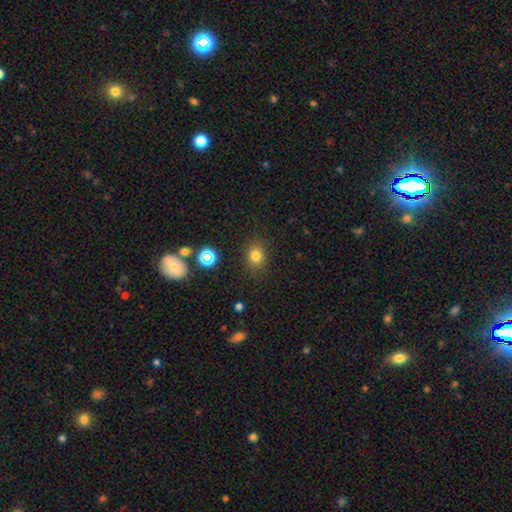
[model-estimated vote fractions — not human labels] Smooth or featured: smooth — 77% (star or artifact — 16%)
How rounded: round — 61% (in between — 38%)
Merging: none — 84% (minor disturbance — 10%)